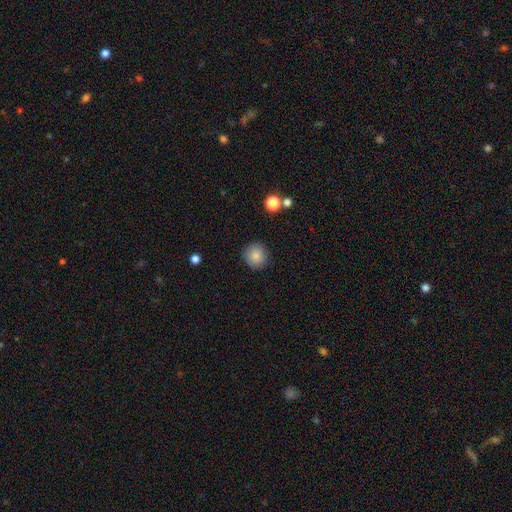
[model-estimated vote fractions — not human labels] Smooth or featured?
  - smooth: 84% *
  - star or artifact: 9%
  - featured or disk: 7%
How rounded?
  - round: 92% *
  - in between: 7%
  - cigar-shaped: 1%
Merging?
  - none: 88% *
  - minor disturbance: 8%
  - major disturbance: 2%
  - merger: 2%